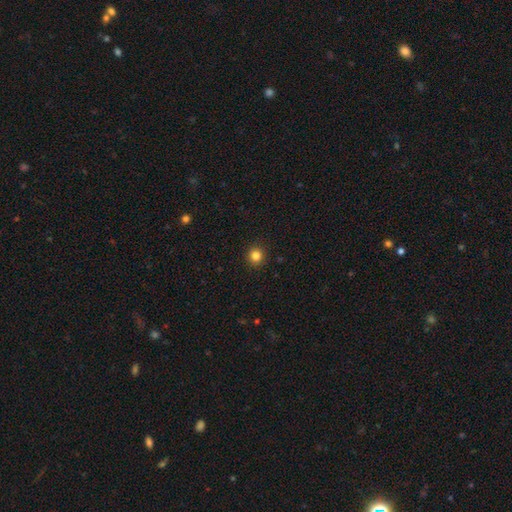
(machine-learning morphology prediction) Smooth or featured? Predicted: smooth (p=0.84). How rounded? Predicted: round (p=0.92). Merging? Predicted: none (p=0.92).